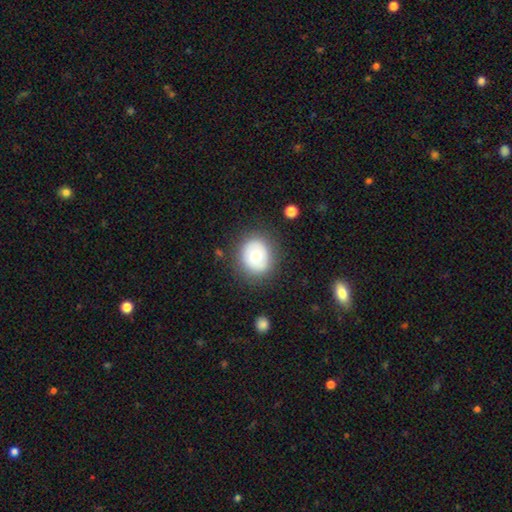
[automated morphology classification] Overall: smooth (62%; featured or disk 31%). How rounded: round (73%). Merging: none (81%).